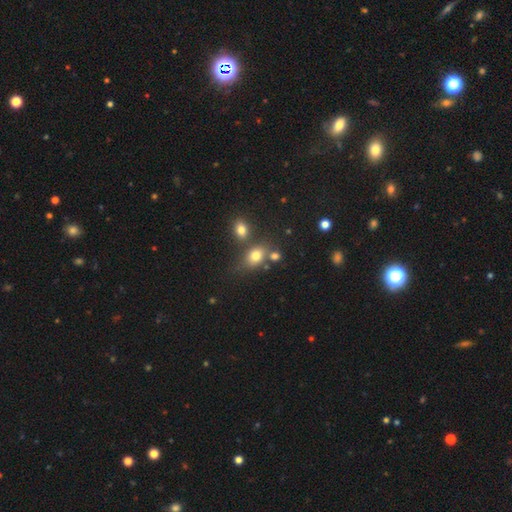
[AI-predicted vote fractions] Morphology: type=smooth (76%); roundness=in between (66%); merging=none (55%).